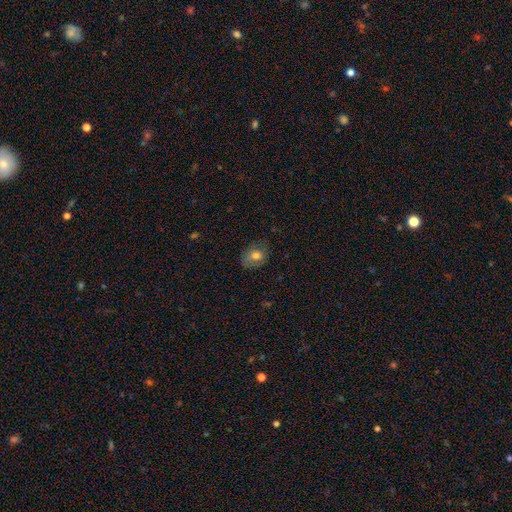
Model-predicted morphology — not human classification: smooth 69%, featured or disk 21%, star or artifact 10%. Down the decision tree: how rounded — in between (66%); merging — none (67%).